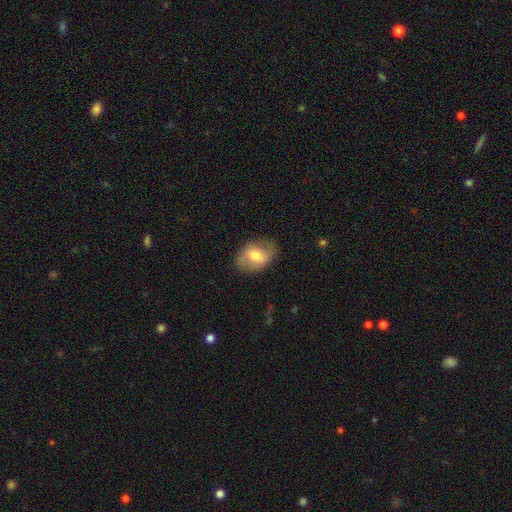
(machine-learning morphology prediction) Smooth or featured?
  - smooth: 64% *
  - featured or disk: 29%
  - star or artifact: 7%
How rounded?
  - in between: 78% *
  - round: 20%
  - cigar-shaped: 1%
Merging?
  - none: 77% *
  - minor disturbance: 17%
  - major disturbance: 5%
  - merger: 1%